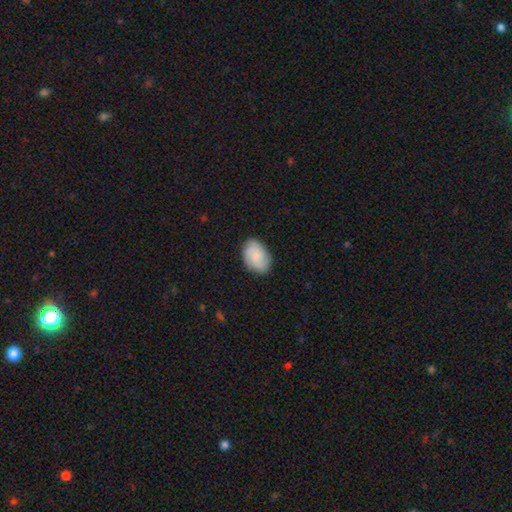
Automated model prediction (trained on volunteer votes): Smooth or featured? Predicted: smooth (p=0.72). How rounded? Predicted: in between (p=0.85). Merging? Predicted: none (p=0.82).